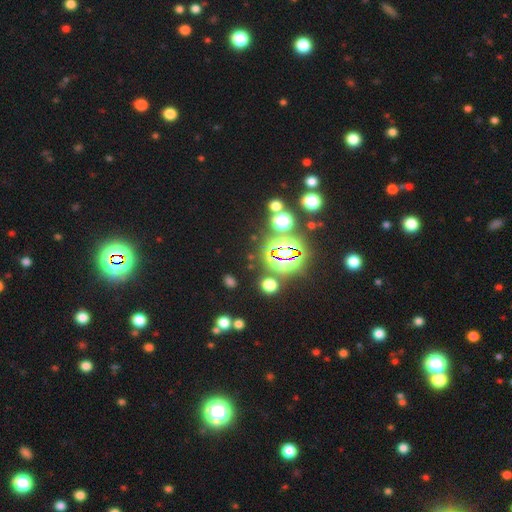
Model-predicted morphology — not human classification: Overall: star or artifact (82%).